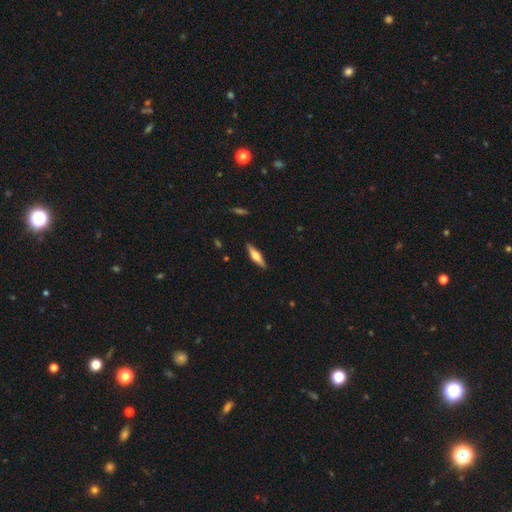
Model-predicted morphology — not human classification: smooth-or-featured: featured or disk: 51% | smooth: 43% | star or artifact: 6%
  disk-edge-on: yes: 95% | no: 5%
  merging: none: 89% | minor disturbance: 8% | major disturbance: 2% | merger: 1%